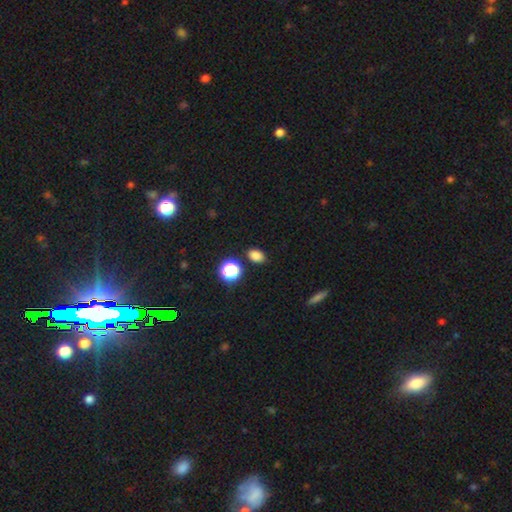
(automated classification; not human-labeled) Smooth or featured? smooth (81%)
How rounded? in between (76%)
Merging? none (85%)